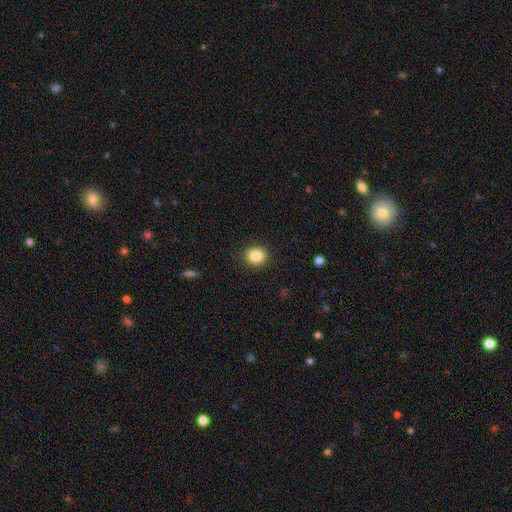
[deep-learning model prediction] Smooth or featured? Predicted: smooth (p=0.86). How rounded? Predicted: round (p=0.84). Merging? Predicted: none (p=0.91).